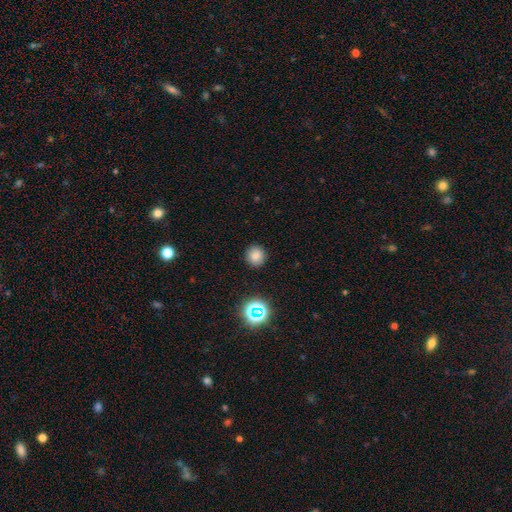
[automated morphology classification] Smooth or featured? smooth (79%)
How rounded? round (91%)
Merging? none (90%)